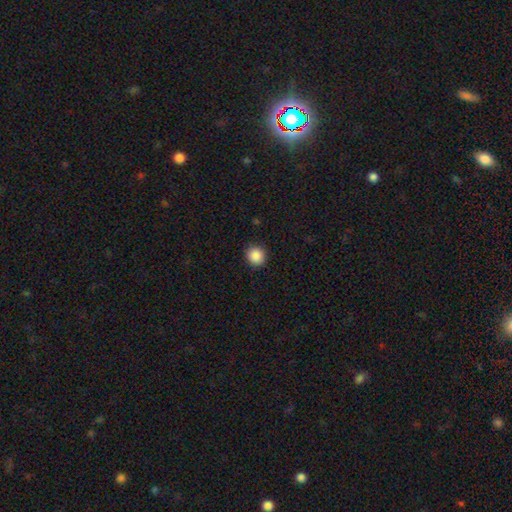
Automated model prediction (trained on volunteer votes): Smooth or featured: smooth — 88% (star or artifact — 9%)
How rounded: round — 90% (in between — 9%)
Merging: none — 90% (minor disturbance — 7%)